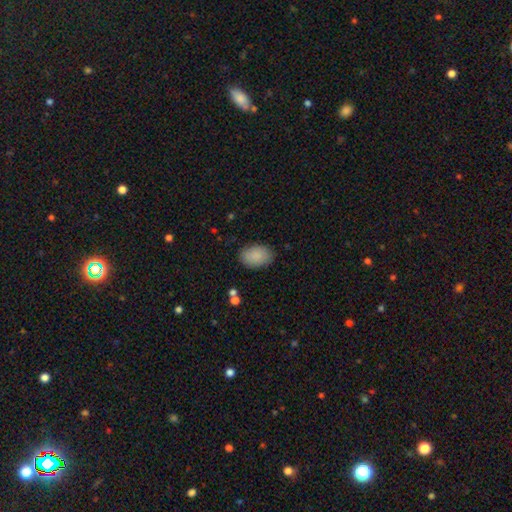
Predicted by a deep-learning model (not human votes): Smooth or featured? Predicted: smooth (p=0.88). How rounded? Predicted: in between (p=0.89). Merging? Predicted: none (p=0.84).